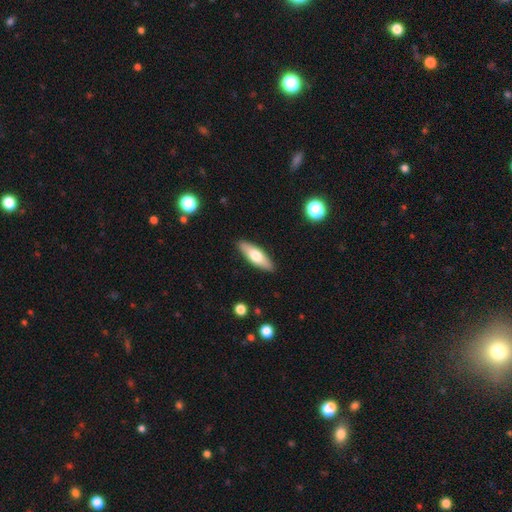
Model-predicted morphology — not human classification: smooth_or_featured: smooth (p=0.64) [alt: featured or disk p=0.30]
how_rounded: in between (p=0.56) [alt: cigar-shaped p=0.42]
merging: none (p=0.89) [alt: minor disturbance p=0.08]